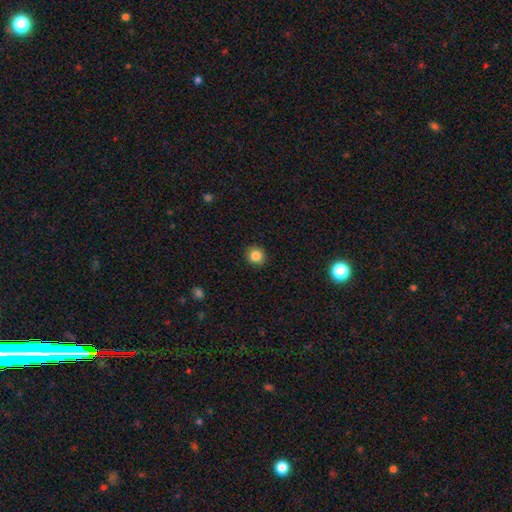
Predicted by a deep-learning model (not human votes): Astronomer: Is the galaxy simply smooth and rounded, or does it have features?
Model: smooth — 84%.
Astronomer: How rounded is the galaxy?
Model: round — 90%.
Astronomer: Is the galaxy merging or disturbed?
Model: none — 92%.